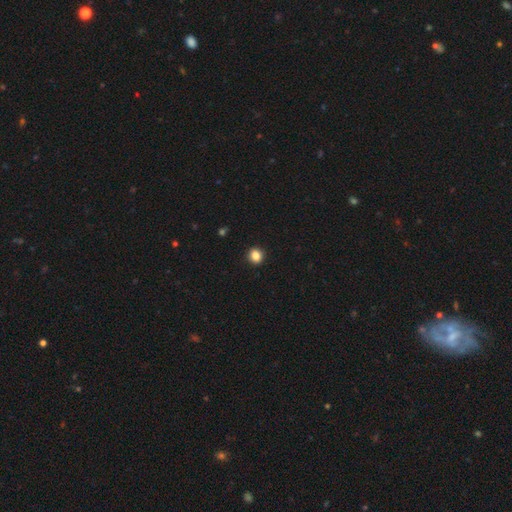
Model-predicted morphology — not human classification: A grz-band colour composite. It shows a smooth galaxy with no disk features (85%) that is round (84%). Merging: none (92%).